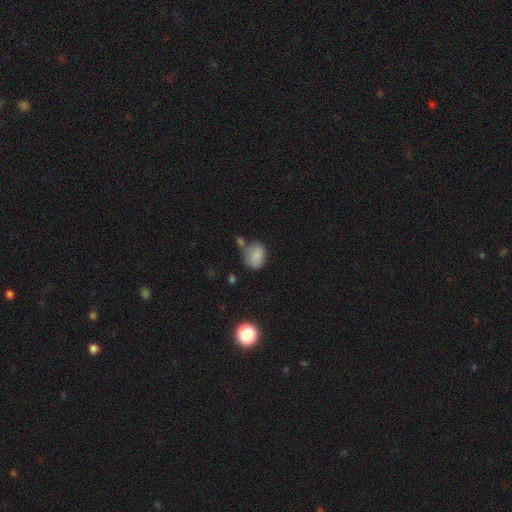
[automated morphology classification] A smooth galaxy with no disk features (81%) that is in between round and cigar-shaped (51%). Merging: none (52%).